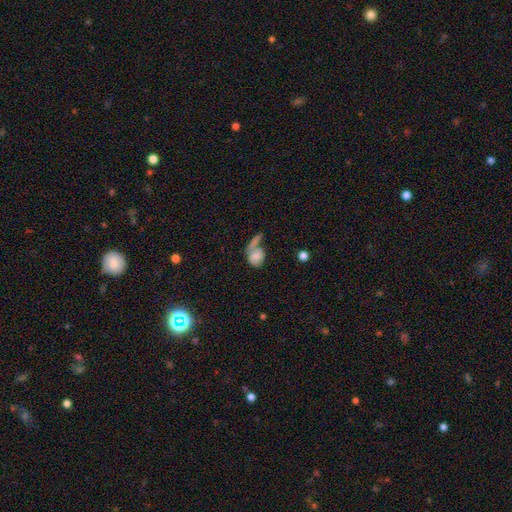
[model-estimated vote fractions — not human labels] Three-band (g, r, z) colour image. It shows a smooth galaxy with no disk features (67%) that is in between round and cigar-shaped (56%). Merging: merger (38%).